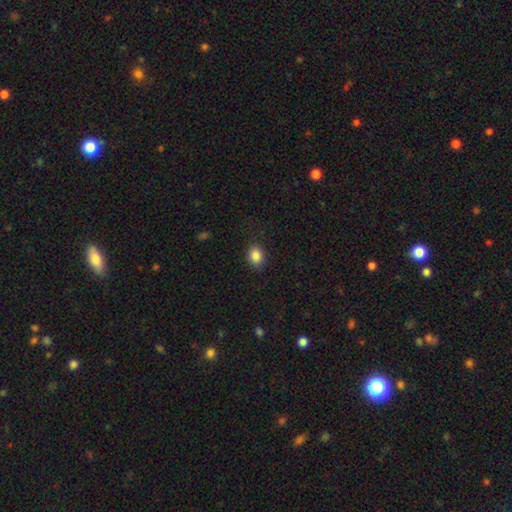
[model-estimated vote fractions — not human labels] Smooth or featured?
  - smooth: 86% *
  - star or artifact: 9%
  - featured or disk: 5%
How rounded?
  - in between: 61% *
  - round: 38%
  - cigar-shaped: 1%
Merging?
  - none: 87% *
  - minor disturbance: 10%
  - major disturbance: 3%
  - merger: 1%